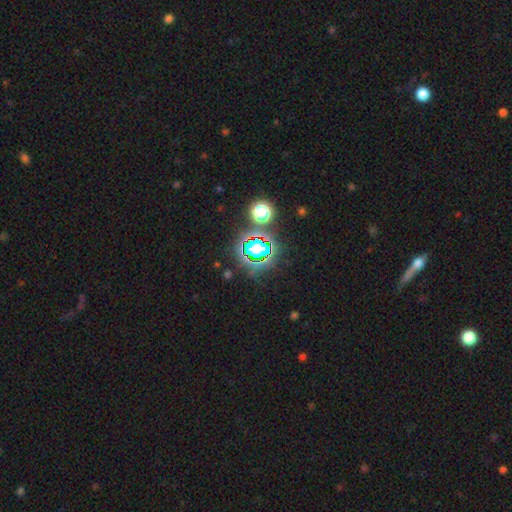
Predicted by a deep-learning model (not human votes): Overall: star or artifact (77%).